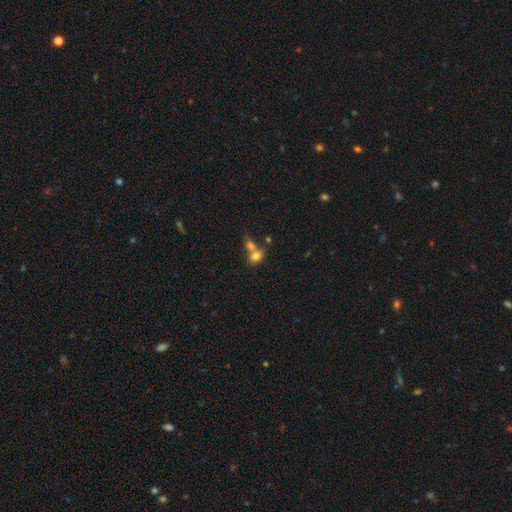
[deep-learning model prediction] smooth-or-featured: smooth: 77% | featured or disk: 12% | star or artifact: 11%
  how-rounded: in between: 51% | round: 48% | cigar-shaped: 2%
  merging: merger: 60% | none: 28% | minor disturbance: 7% | major disturbance: 4%